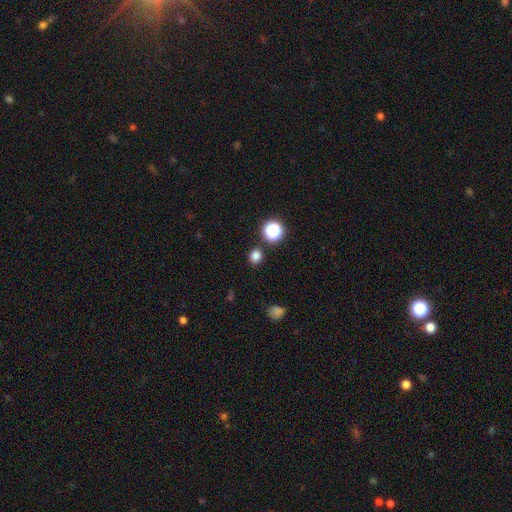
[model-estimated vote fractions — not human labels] Smooth or featured? smooth (79%)
How rounded? round (79%)
Merging? none (86%)